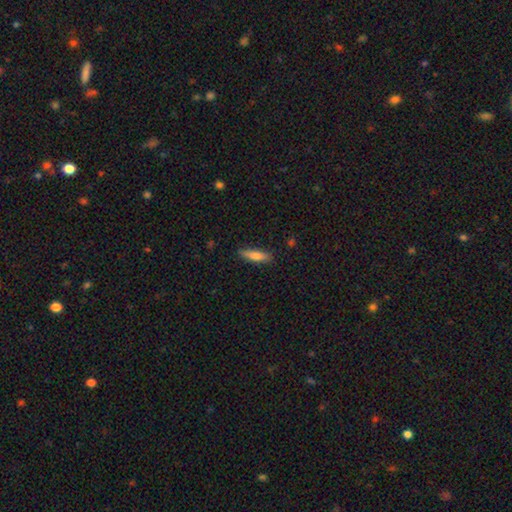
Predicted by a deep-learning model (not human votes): This appears to be a smooth galaxy with no disk features (73%) that is cigar-shaped (67%). Merging: none (84%).